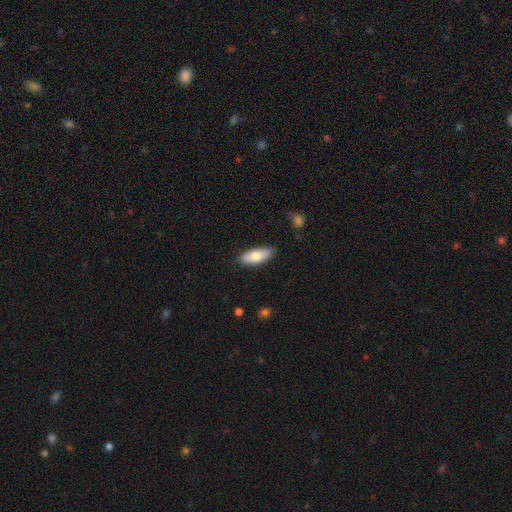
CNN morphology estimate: This is likely a smooth galaxy (76%). How rounded: likely in between (72%). Merging: clearly none (84%).